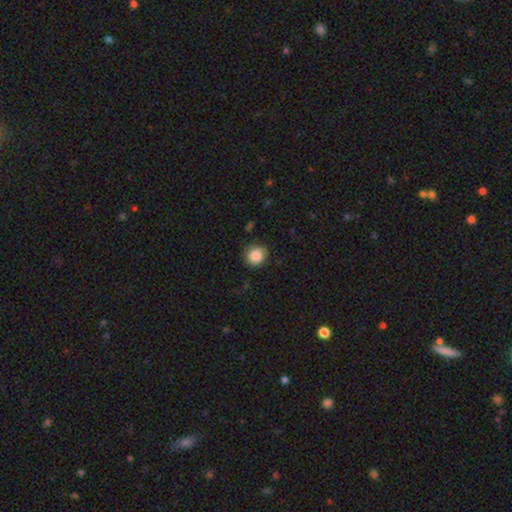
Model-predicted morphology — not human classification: type=smooth (86%); roundness=round (85%); merging=none (79%).